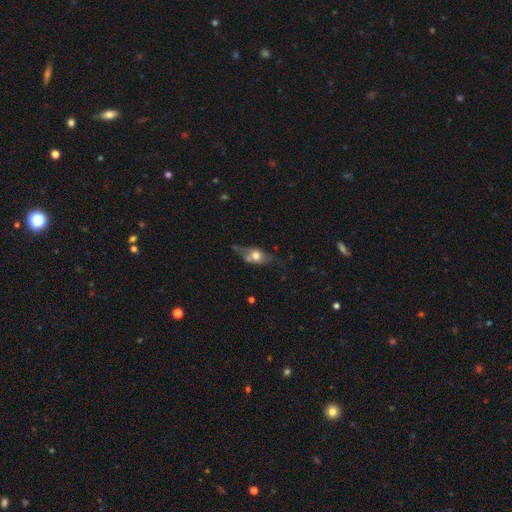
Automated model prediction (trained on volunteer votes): A smooth galaxy with no disk features (48%). Merging: none (46%).